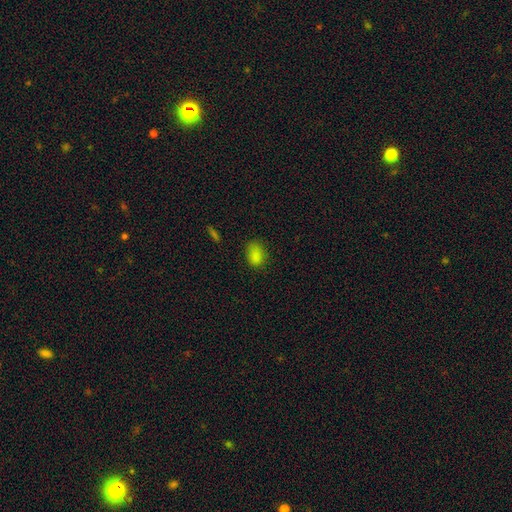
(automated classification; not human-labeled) Smooth or featured: smooth — 82% (star or artifact — 14%)
How rounded: in between — 81% (round — 17%)
Merging: none — 72% (minor disturbance — 21%)